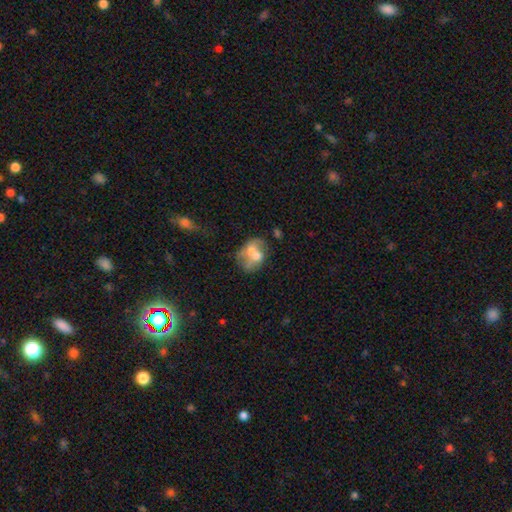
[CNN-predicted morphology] This appears to be a featured or disk galaxy (48%). Merging: merger (45%).